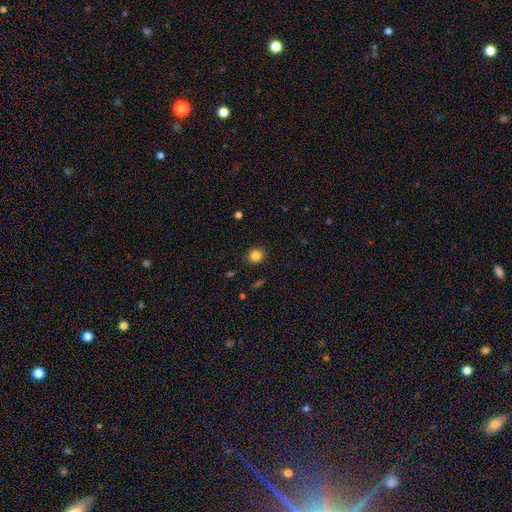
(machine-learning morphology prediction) Smooth or featured: smooth — 83% (star or artifact — 12%)
How rounded: round — 84% (in between — 15%)
Merging: none — 90% (minor disturbance — 7%)